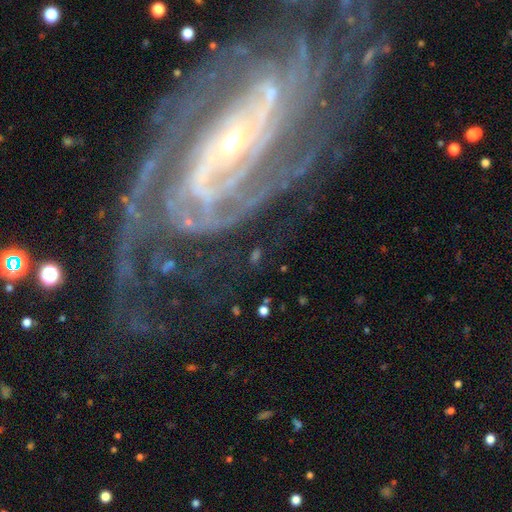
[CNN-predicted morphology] smooth_or_featured: featured or disk (p=0.63) [alt: star or artifact p=0.19]
disk_edge_on: no (p=0.93) [alt: yes p=0.07]
bar: strong (p=0.35) [alt: no p=0.33]
has_spiral_arms: yes (p=0.88) [alt: no p=0.12]
spiral_winding: tight (p=0.57) [alt: medium p=0.33]
spiral_arm_count: 2 (p=0.33) [alt: can't tell p=0.23]
bulge_size: small (p=0.54) [alt: moderate p=0.30]
merging: none (p=0.67) [alt: minor disturbance p=0.16]